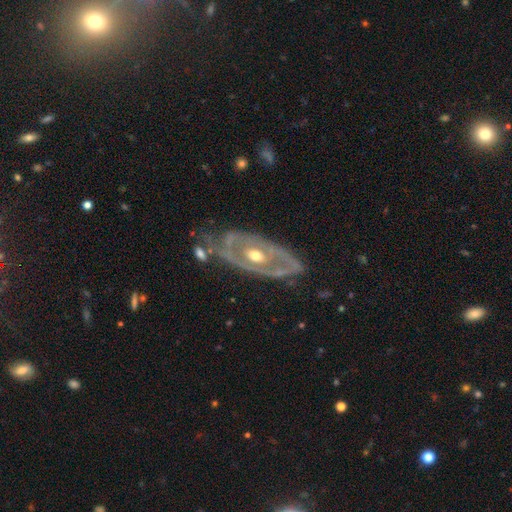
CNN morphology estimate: smooth-or-featured: featured or disk: 81% | smooth: 15% | star or artifact: 5%
  disk-edge-on: no: 90% | yes: 10%
    bar: no: 74% | weak: 19% | strong: 8%
    has-spiral-arms: yes: 52% | no: 48%
    bulge-size: moderate: 72% | small: 21% | large: 4% | none: 1% | dominant: 1%
  merging: none: 60% | minor disturbance: 24% | major disturbance: 12% | merger: 4%